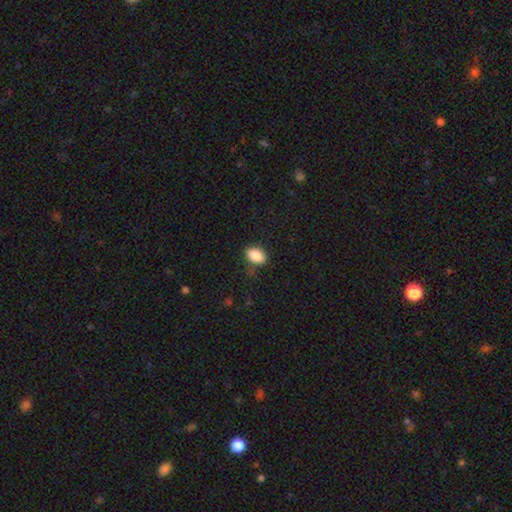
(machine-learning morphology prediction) A smooth galaxy with no disk features (87%) that is in between round and cigar-shaped (87%). Merging: none (81%).